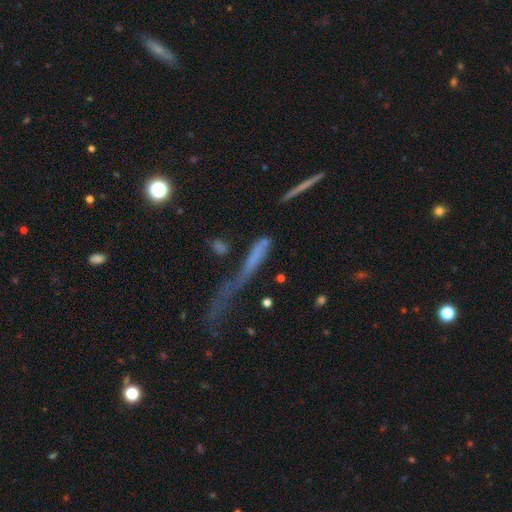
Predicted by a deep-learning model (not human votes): Smooth or featured: smooth — 54% (featured or disk — 30%)
How rounded: cigar-shaped — 75% (in between — 18%)
Merging: major disturbance — 38% (none — 28%)